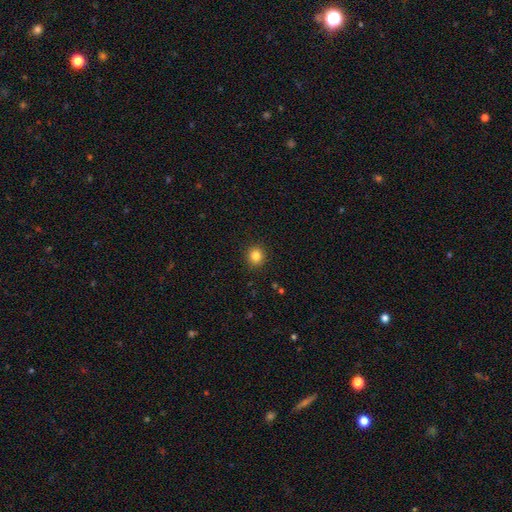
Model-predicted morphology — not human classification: Overall: smooth (83%). How rounded: round (89%). Merging: none (92%).